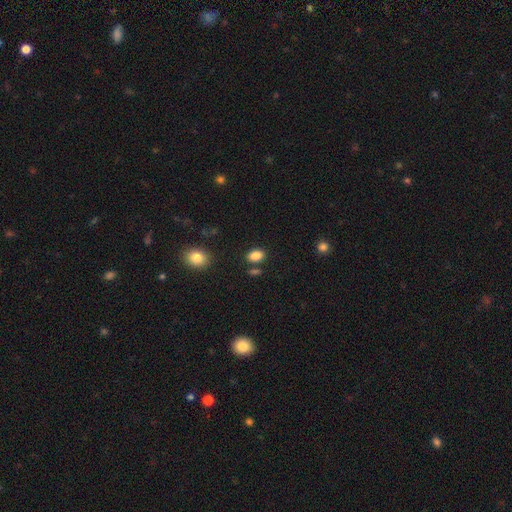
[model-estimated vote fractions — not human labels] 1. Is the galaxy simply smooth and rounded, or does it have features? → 86% smooth, 9% star or artifact, 5% featured or disk.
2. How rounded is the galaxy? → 81% in between, 17% round, 1% cigar-shaped.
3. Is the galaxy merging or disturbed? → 80% none, 10% minor disturbance, 7% merger, 3% major disturbance.